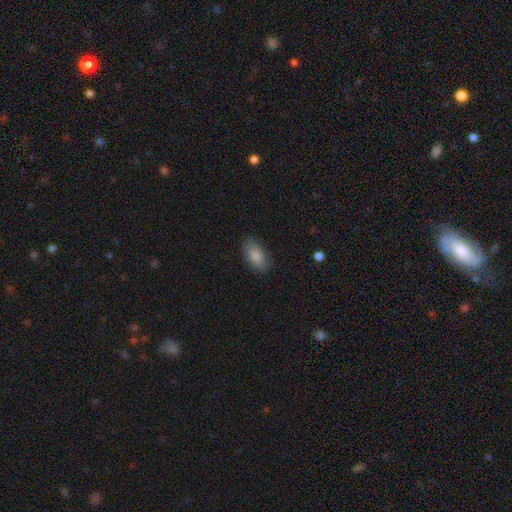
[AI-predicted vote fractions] Smooth or featured? Predicted: smooth (p=0.86). How rounded? Predicted: in between (p=0.93). Merging? Predicted: none (p=0.82).